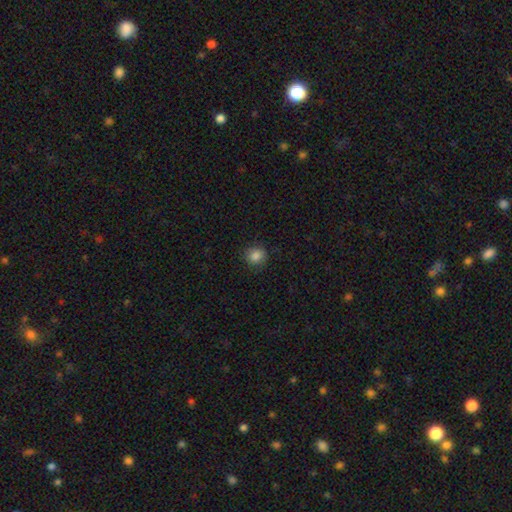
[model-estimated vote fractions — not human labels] This appears to be a smooth galaxy with no disk features (85%) that is round (85%). Merging: none (85%).